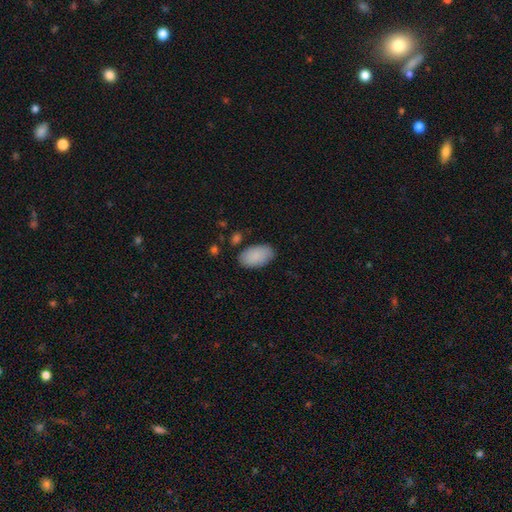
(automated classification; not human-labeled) smooth_or_featured: smooth (p=0.89) [alt: star or artifact p=0.06]
how_rounded: in between (p=0.95) [alt: round p=0.03]
merging: none (p=0.83) [alt: minor disturbance p=0.12]